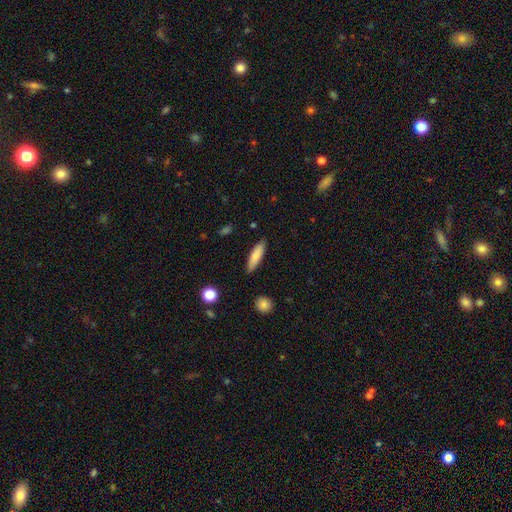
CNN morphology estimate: A smooth galaxy with no disk features (78%) that is cigar-shaped (70%).

Vote fractions:
- Smooth or featured? smooth: 78% / featured or disk: 16% / star or artifact: 6%
- How rounded? cigar-shaped: 70% / in between: 28% / round: 2%
- Merging? none: 88% / minor disturbance: 9% / major disturbance: 2% / merger: 1%